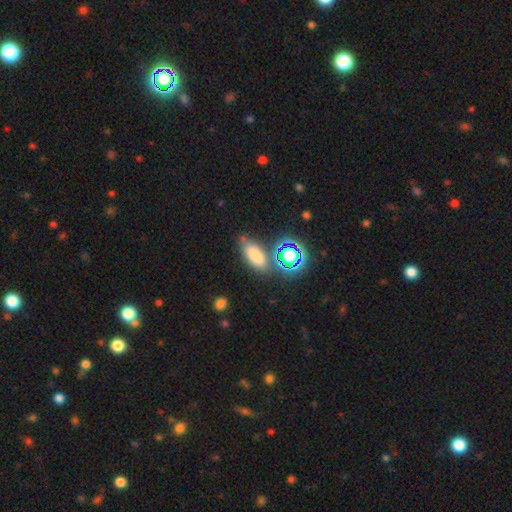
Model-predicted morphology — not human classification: This appears to be a smooth galaxy with no disk features (71%) that is in between round and cigar-shaped (75%). Merging: none (71%).